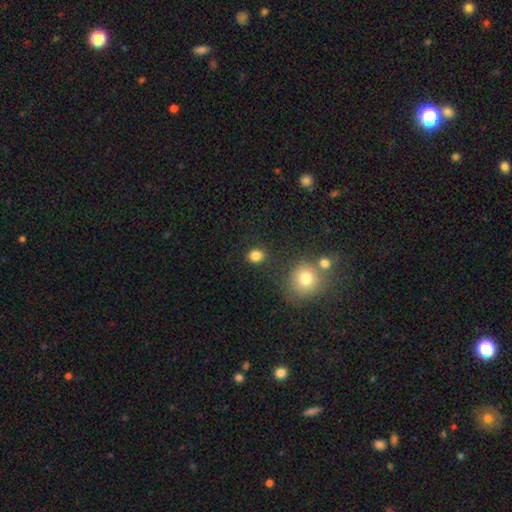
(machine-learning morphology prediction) Smooth or featured?
  - smooth: 84% *
  - star or artifact: 12%
  - featured or disk: 5%
How rounded?
  - round: 60% *
  - in between: 39%
  - cigar-shaped: 1%
Merging?
  - none: 82% *
  - minor disturbance: 10%
  - merger: 5%
  - major disturbance: 3%